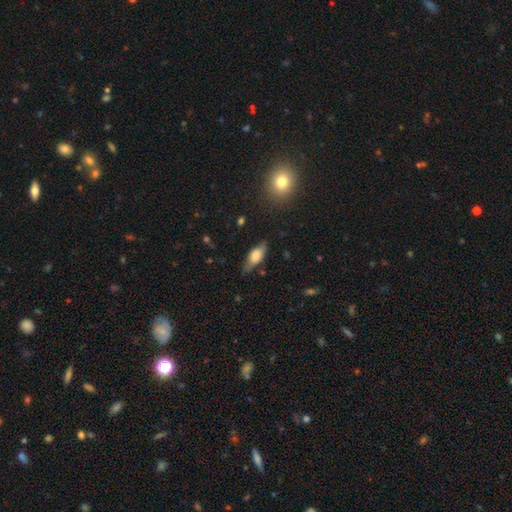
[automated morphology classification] smooth-or-featured: smooth: 65% | featured or disk: 27% | star or artifact: 7%
  how-rounded: in between: 76% | cigar-shaped: 21% | round: 3%
  merging: none: 72% | minor disturbance: 21% | major disturbance: 5% | merger: 2%